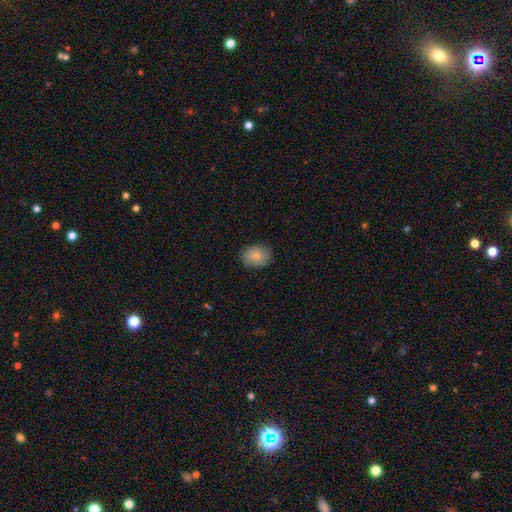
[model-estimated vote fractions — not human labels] smooth-or-featured: smooth: 84% | featured or disk: 9% | star or artifact: 7%
  how-rounded: in between: 62% | round: 37% | cigar-shaped: 1%
  merging: none: 81% | minor disturbance: 15% | major disturbance: 3% | merger: 1%